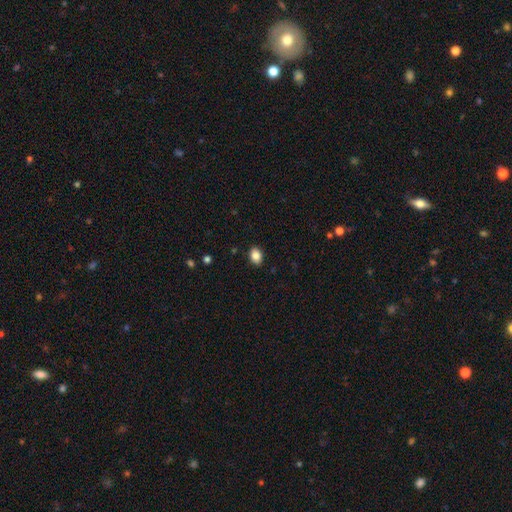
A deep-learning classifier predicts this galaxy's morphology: smooth 85%, star or artifact 9%, featured or disk 6%. Down the decision tree: how rounded — in between (71%); merging — none (89%).